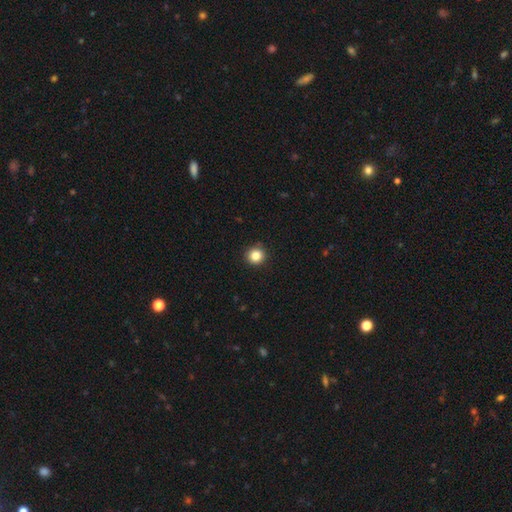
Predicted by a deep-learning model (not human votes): Smooth or featured? smooth (84%)
How rounded? round (94%)
Merging? none (90%)